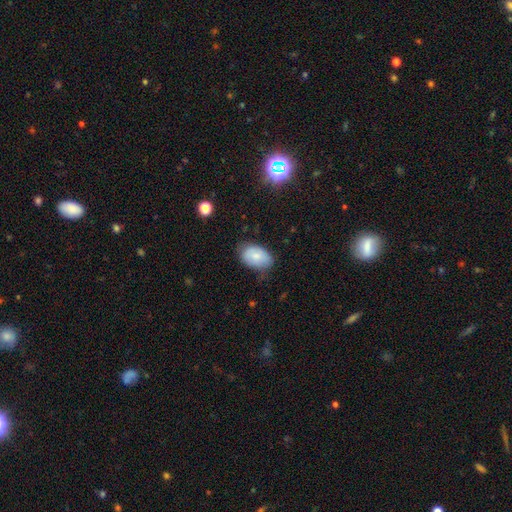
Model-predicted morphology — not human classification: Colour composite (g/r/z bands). It shows a smooth galaxy with no disk features (80%) that is in between round and cigar-shaped (91%). Merging: none (68%).